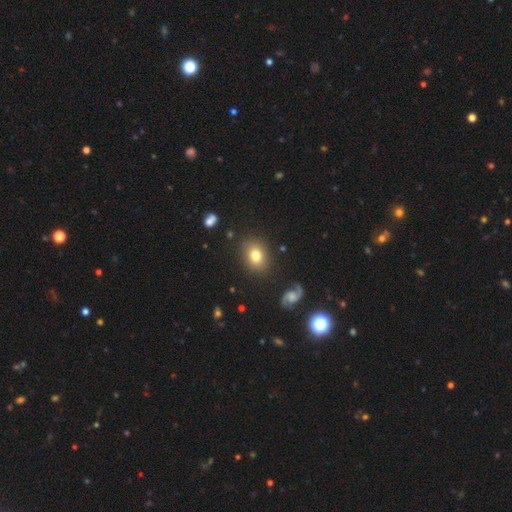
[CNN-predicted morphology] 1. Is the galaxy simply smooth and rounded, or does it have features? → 75% smooth, 15% featured or disk, 10% star or artifact.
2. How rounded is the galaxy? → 55% in between, 44% round, 1% cigar-shaped.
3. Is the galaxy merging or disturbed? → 84% none, 11% minor disturbance, 3% major disturbance, 2% merger.